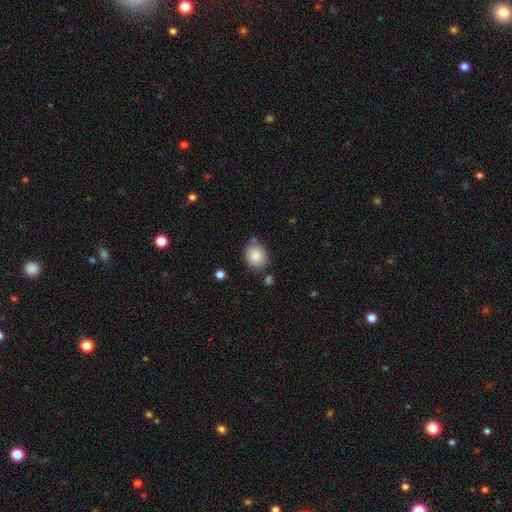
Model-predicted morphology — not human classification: This is clearly a smooth galaxy (87%). How rounded: likely round (76%). Merging: likely none (79%).